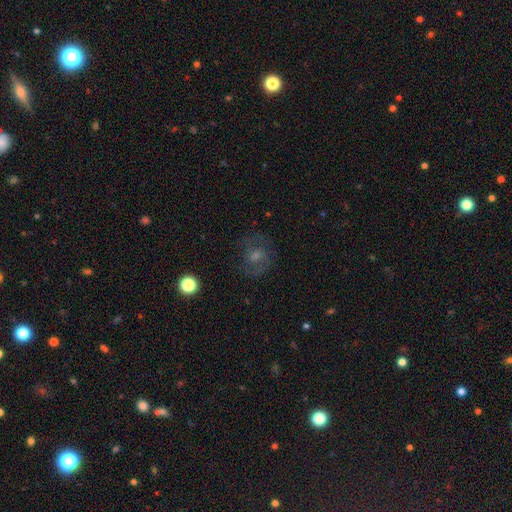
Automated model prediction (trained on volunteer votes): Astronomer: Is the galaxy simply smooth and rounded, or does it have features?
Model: featured or disk — 56%.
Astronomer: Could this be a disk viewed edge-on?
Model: no — 97%.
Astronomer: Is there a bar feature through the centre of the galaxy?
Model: no — 48% (runner-up: weak, 42%).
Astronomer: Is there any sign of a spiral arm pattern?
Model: yes — 81%.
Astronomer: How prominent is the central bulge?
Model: moderate — 47% (runner-up: small, 32%).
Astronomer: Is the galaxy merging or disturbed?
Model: none — 75%.